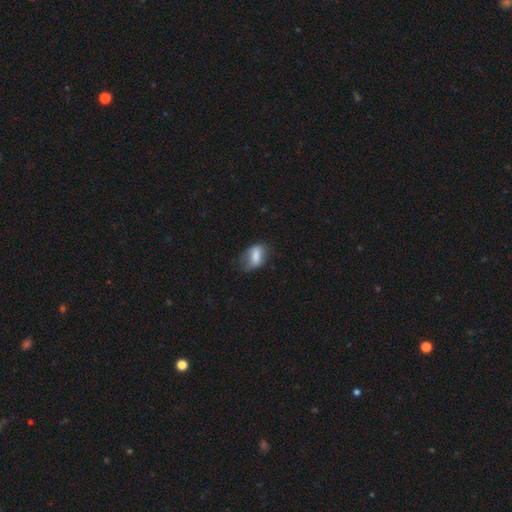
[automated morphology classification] smooth-or-featured: smooth: 70% | featured or disk: 22% | star or artifact: 8%
  how-rounded: in between: 83% | round: 11% | cigar-shaped: 6%
  merging: none: 51% | minor disturbance: 32% | major disturbance: 14% | merger: 2%